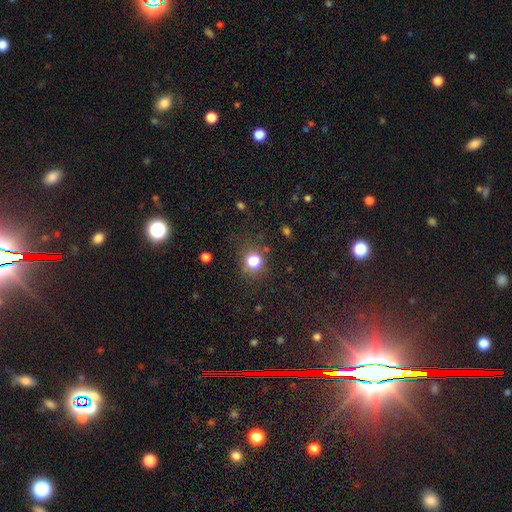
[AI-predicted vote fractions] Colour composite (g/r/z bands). It shows a smooth galaxy with no disk features (53%) that is round (87%). Merging: none (86%).